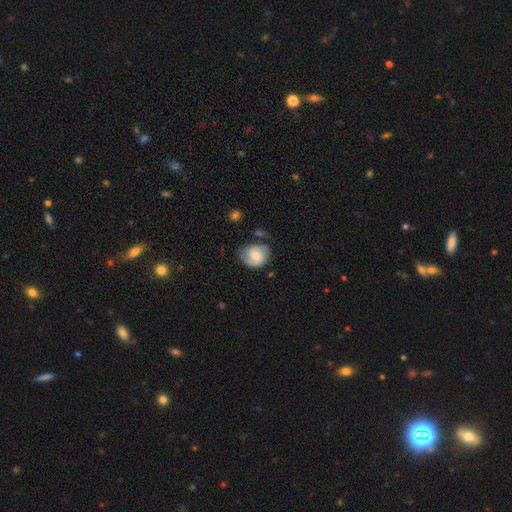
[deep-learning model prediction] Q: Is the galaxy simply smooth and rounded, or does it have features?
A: featured or disk — 59%.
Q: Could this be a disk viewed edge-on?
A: no — 97%.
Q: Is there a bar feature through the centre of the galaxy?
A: no — 55%.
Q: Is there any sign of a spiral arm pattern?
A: yes — 89%.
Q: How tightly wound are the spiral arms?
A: medium — 42%.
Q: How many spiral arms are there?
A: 2 — 76%.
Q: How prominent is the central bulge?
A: moderate — 49%.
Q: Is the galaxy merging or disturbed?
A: none — 64%.